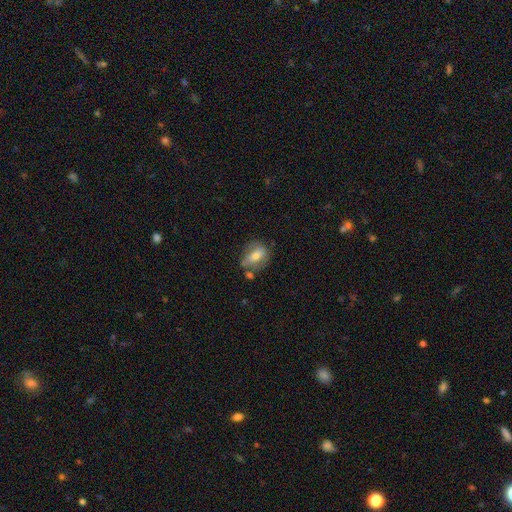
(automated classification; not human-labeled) smooth_or_featured: smooth (p=0.61) [alt: featured or disk p=0.31]
how_rounded: in between (p=0.74) [alt: round p=0.20]
merging: none (p=0.58) [alt: minor disturbance p=0.23]